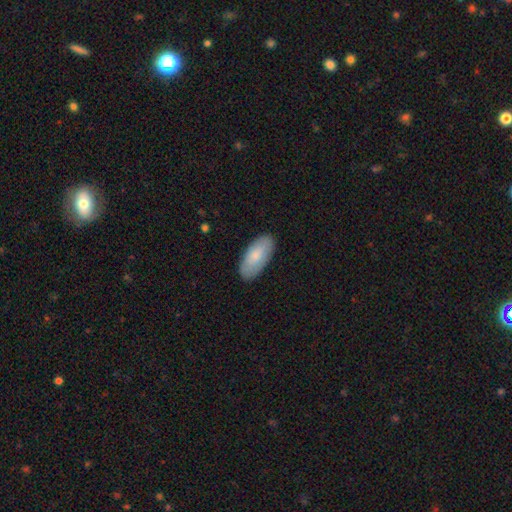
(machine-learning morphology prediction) Smooth or featured? Predicted: smooth (p=0.79). How rounded? Predicted: in between (p=0.91). Merging? Predicted: none (p=0.86).